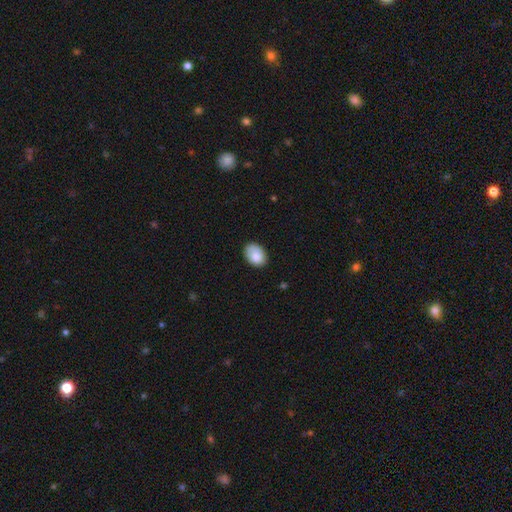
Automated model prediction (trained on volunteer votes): This is clearly a smooth galaxy (83%). How rounded: likely in between (79%). Merging: likely none (75%).